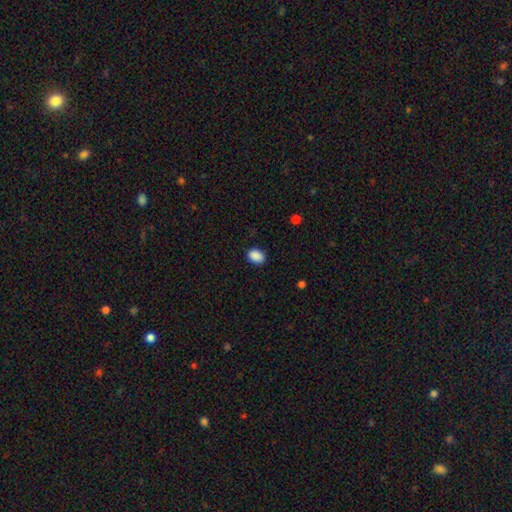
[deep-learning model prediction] smooth 90%, star or artifact 8%, featured or disk 2%. Down the decision tree: how rounded — in between (71%); merging — none (88%).